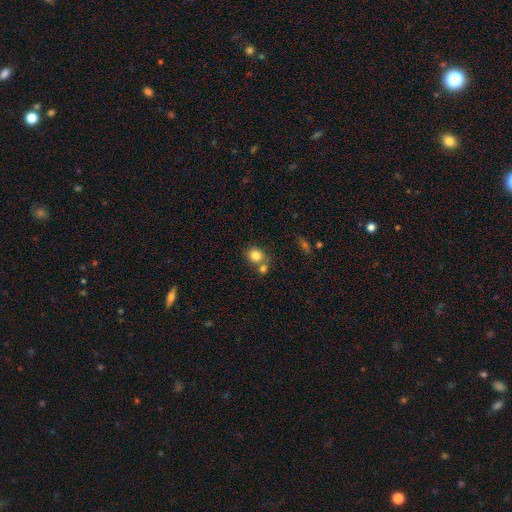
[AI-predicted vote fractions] A smooth galaxy with no disk features (82%) that is round (75%).

Vote fractions:
- Smooth or featured? smooth: 82% / star or artifact: 10% / featured or disk: 8%
- How rounded? round: 75% / in between: 24% / cigar-shaped: 1%
- Merging? none: 56% / merger: 29% / minor disturbance: 11% / major disturbance: 4%